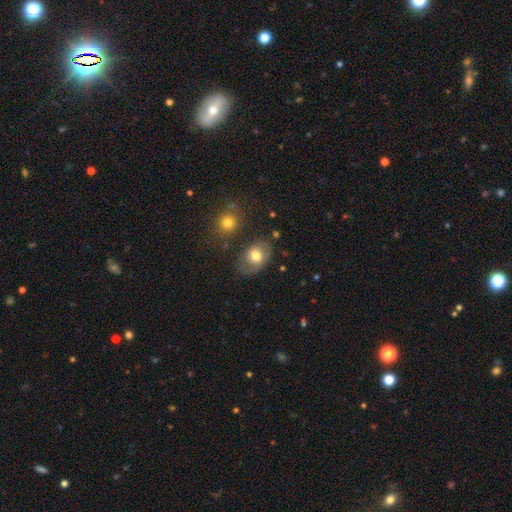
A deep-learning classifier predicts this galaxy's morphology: smooth 70%, featured or disk 20%, star or artifact 10%. Down the decision tree: how rounded — in between (71%); merging — none (64%).